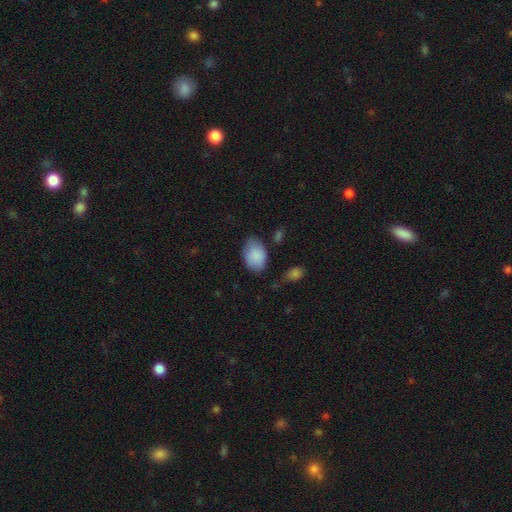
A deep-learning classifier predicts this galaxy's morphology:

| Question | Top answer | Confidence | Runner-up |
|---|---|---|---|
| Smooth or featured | smooth | 87% | featured or disk (7%) |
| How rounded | in between | 86% | round (13%) |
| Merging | none | 65% | minor disturbance (25%) |